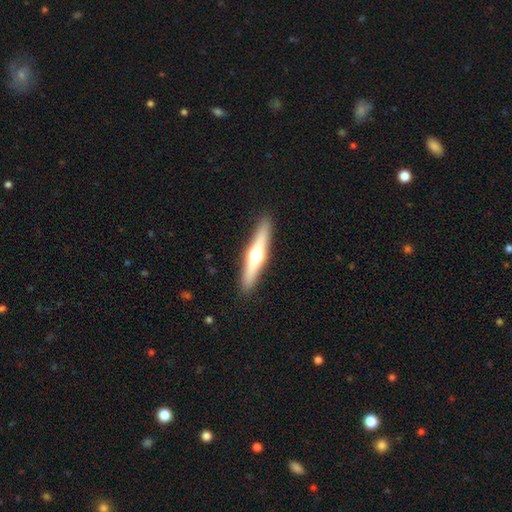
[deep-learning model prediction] smooth-or-featured: featured or disk: 56% | smooth: 38% | star or artifact: 6%
  disk-edge-on: yes: 95% | no: 5%
    edge-on-bulge: rounded: 94% | none: 4% | boxy: 3%
  merging: none: 90% | minor disturbance: 7% | major disturbance: 2% | merger: 1%